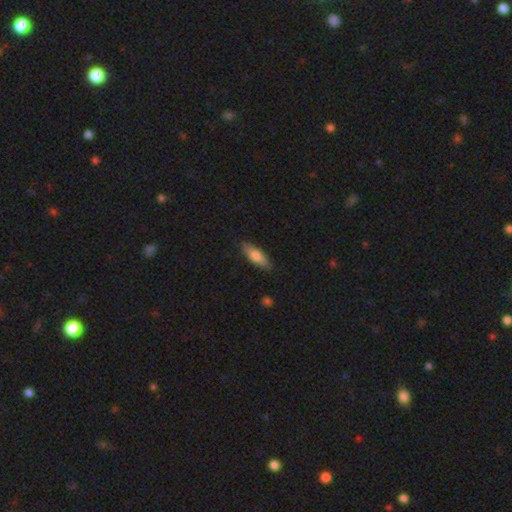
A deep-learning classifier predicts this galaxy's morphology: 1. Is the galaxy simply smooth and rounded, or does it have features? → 72% smooth, 22% featured or disk, 6% star or artifact.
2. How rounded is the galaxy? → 59% in between, 39% cigar-shaped, 2% round.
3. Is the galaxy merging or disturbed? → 85% none, 12% minor disturbance, 2% major disturbance, 1% merger.